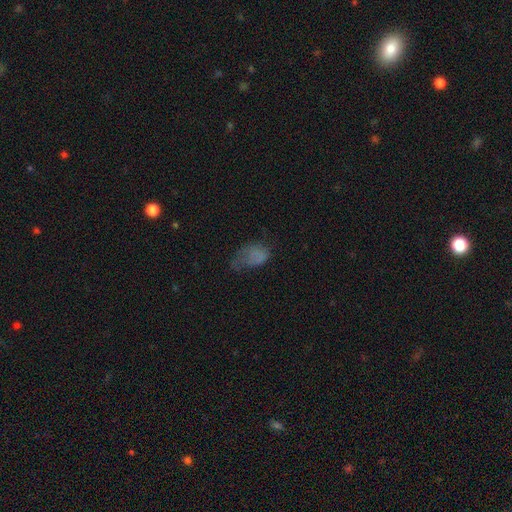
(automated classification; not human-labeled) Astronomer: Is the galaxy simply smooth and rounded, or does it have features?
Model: smooth — 64%.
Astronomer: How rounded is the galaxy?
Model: in between — 87%.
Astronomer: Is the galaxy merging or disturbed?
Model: major disturbance — 40% (runner-up: none, 30%).